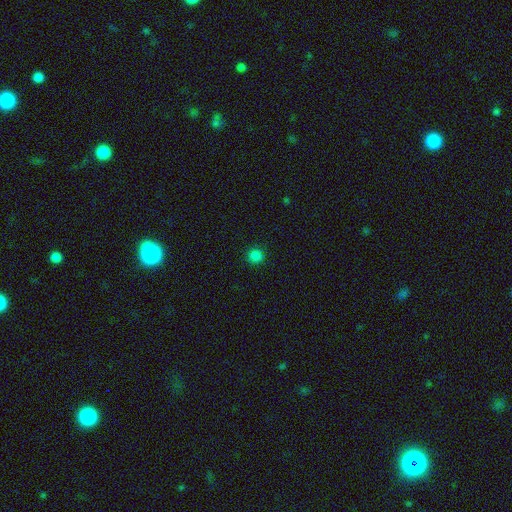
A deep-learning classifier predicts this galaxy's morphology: smooth-or-featured: smooth: 83% | star or artifact: 14% | featured or disk: 3%
  how-rounded: round: 94% | in between: 5% | cigar-shaped: 1%
  merging: none: 92% | minor disturbance: 5% | major disturbance: 2% | merger: 1%